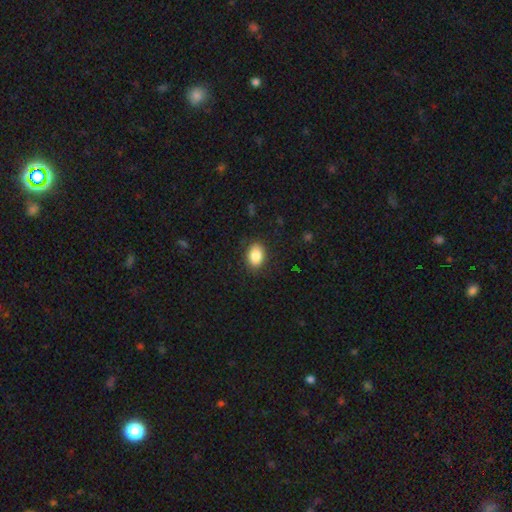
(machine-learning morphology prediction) A smooth galaxy with no disk features (87%) that is in between round and cigar-shaped (80%). Merging: none (86%).